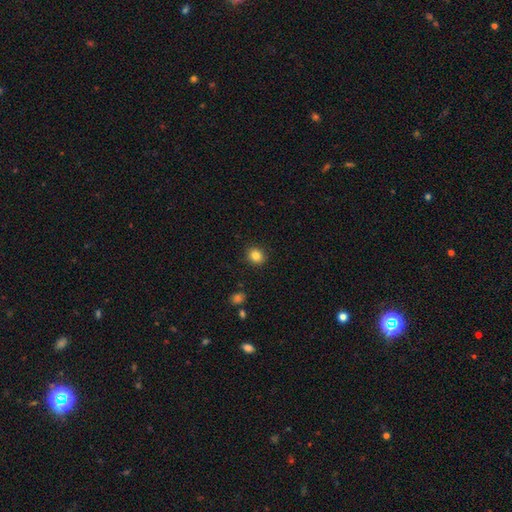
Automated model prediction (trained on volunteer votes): The model was most divided on "how rounded": round: 80%, in between: 19%, cigar-shaped: 1%. More confident: merging — none (90%); smooth or featured — smooth (84%).